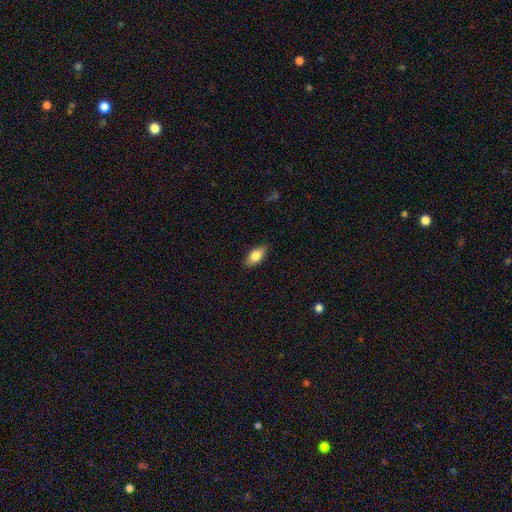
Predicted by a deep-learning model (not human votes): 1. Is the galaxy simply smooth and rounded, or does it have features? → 80% smooth, 13% featured or disk, 7% star or artifact.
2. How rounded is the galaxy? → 90% in between, 6% cigar-shaped, 5% round.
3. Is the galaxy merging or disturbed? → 86% none, 11% minor disturbance, 2% major disturbance, 1% merger.